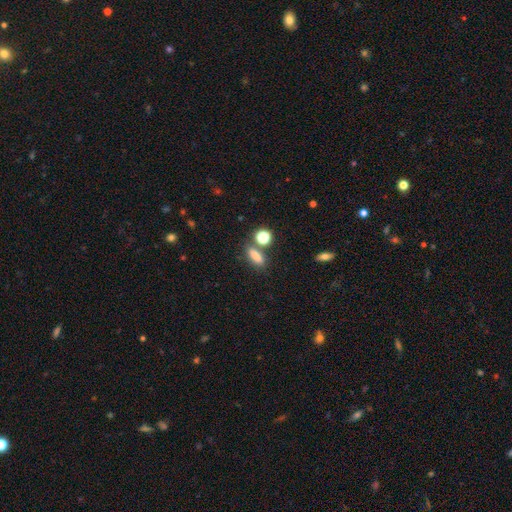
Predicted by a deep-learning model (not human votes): The model was most divided on "how rounded": in between: 58%, cigar-shaped: 30%, round: 13%. More confident: smooth or featured — smooth (80%); merging — none (66%).